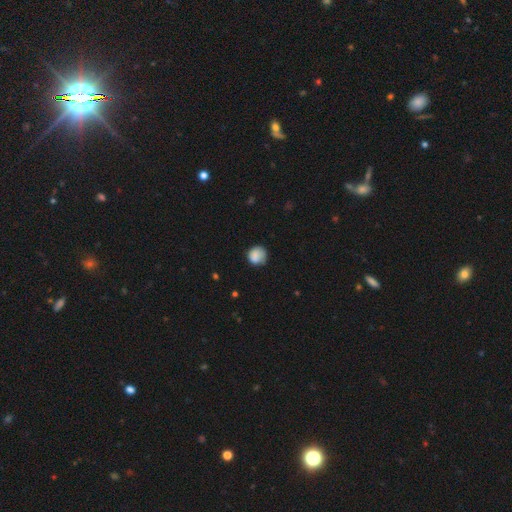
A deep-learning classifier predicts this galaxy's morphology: Smooth or featured?
  - smooth: 84% *
  - featured or disk: 8%
  - star or artifact: 8%
How rounded?
  - round: 87% *
  - in between: 12%
  - cigar-shaped: 1%
Merging?
  - none: 67% *
  - minor disturbance: 24%
  - major disturbance: 7%
  - merger: 2%